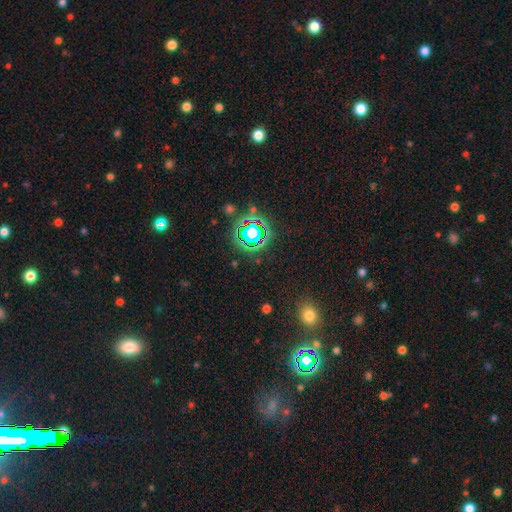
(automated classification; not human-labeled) smooth_or_featured: star or artifact (p=0.75) [alt: smooth p=0.18]